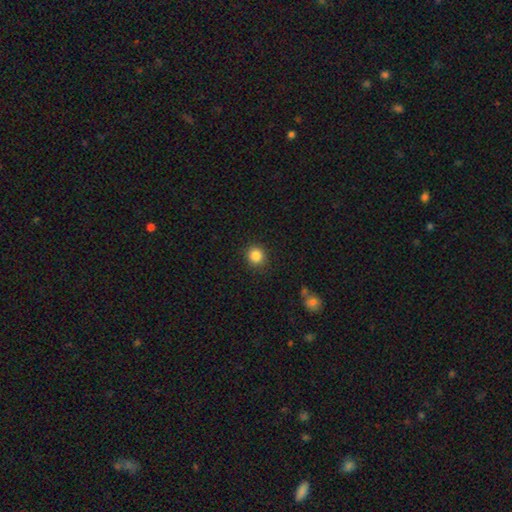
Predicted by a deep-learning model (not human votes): Smooth or featured? Predicted: smooth (p=0.85). How rounded? Predicted: round (p=0.90). Merging? Predicted: none (p=0.89).